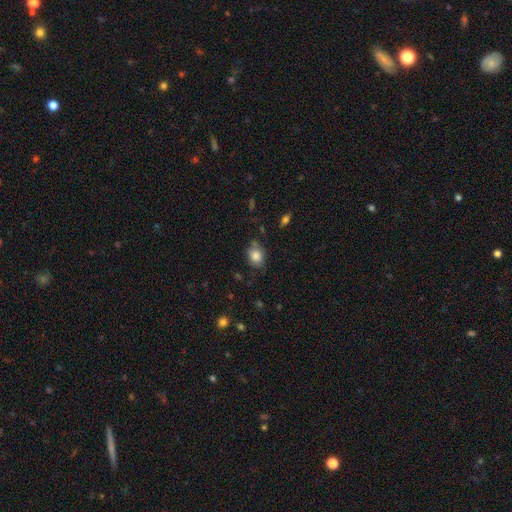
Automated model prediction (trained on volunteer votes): A smooth galaxy with no disk features (84%) that is in between round and cigar-shaped (52%). Merging: none (68%).